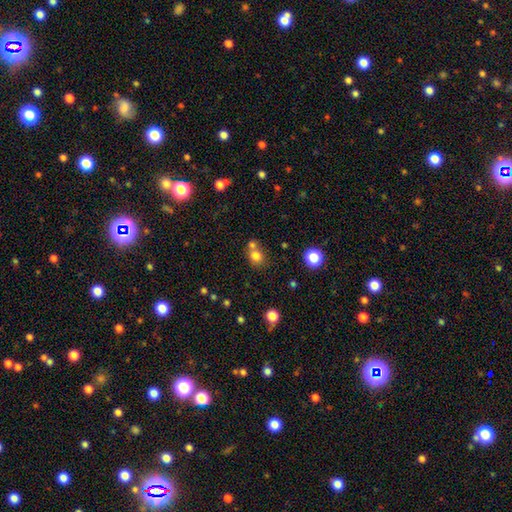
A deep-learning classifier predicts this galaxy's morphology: Smooth or featured? Predicted: smooth (p=0.78). How rounded? Predicted: round (p=0.71). Merging? Predicted: none (p=0.49).